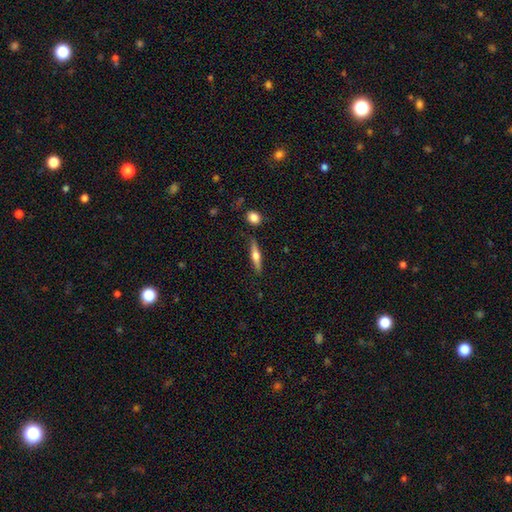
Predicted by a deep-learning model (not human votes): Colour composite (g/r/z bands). It shows a featured or disk galaxy (51%) viewed edge-on (95%). Merging: none (84%).